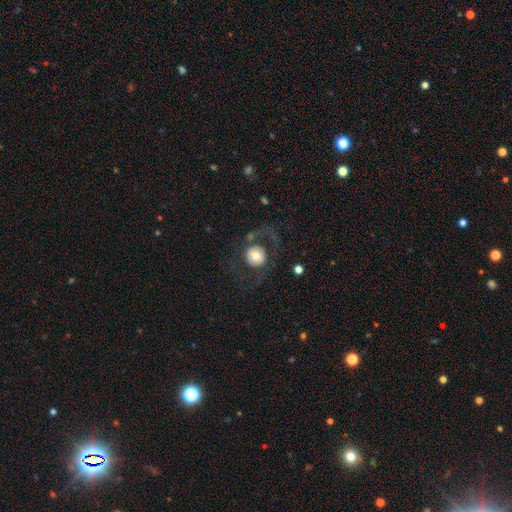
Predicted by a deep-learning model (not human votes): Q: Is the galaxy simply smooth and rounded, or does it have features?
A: smooth — 52%.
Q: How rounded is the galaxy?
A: round — 90%.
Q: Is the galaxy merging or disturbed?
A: none — 59%.